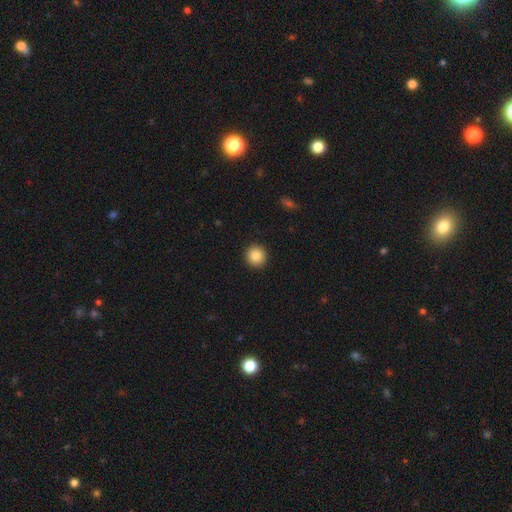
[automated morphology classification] This appears to be a smooth galaxy with no disk features (86%) that is round (94%). Merging: none (93%).